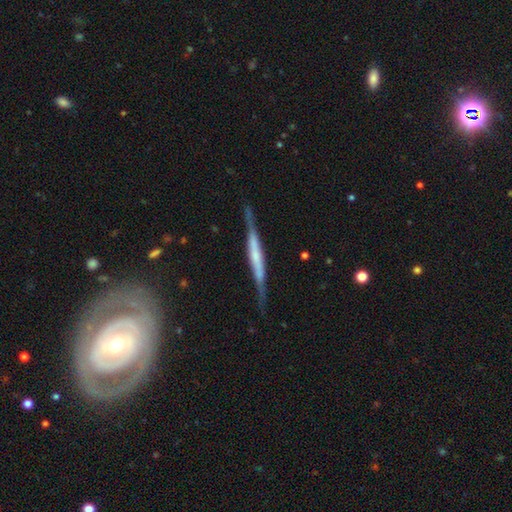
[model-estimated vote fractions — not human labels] Overall: featured or disk (70%). Edge-on disk: yes (94%). Edge-on bulge: none (38%; boxy 37%). Merging: none (75%).